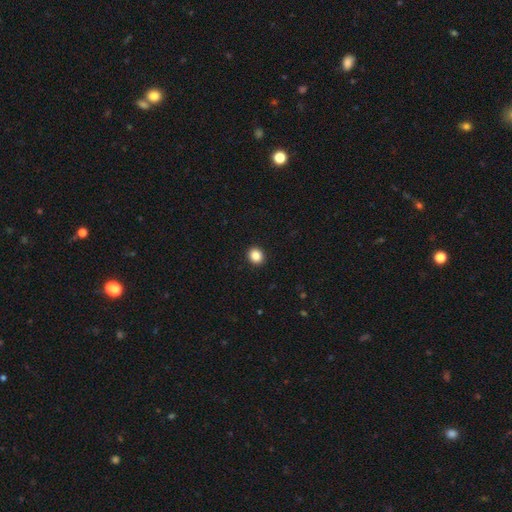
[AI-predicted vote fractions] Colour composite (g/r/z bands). It shows a smooth galaxy with no disk features (86%) that is round (73%). Merging: none (93%).